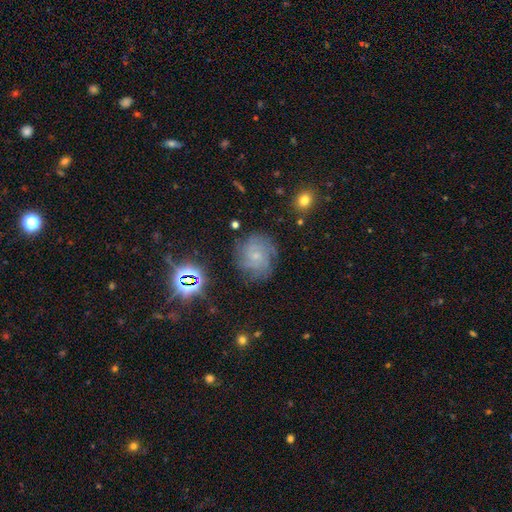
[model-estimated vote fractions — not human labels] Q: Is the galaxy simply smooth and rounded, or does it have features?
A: featured or disk — 67%.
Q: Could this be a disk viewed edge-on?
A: no — 97%.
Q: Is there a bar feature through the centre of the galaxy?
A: no — 73%.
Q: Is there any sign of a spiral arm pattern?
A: yes — 93%.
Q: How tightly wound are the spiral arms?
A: tight — 61%.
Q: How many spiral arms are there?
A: can't tell — 38%.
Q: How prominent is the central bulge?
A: small — 74%.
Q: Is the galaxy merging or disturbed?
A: none — 74%.